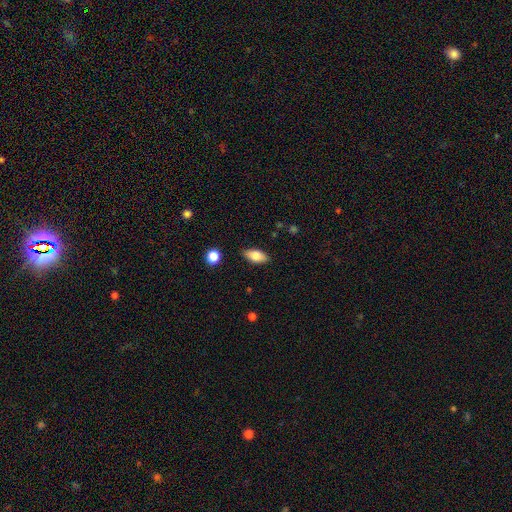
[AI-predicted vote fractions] A smooth galaxy with no disk features (77%) that is in between round and cigar-shaped (88%). Merging: none (87%).